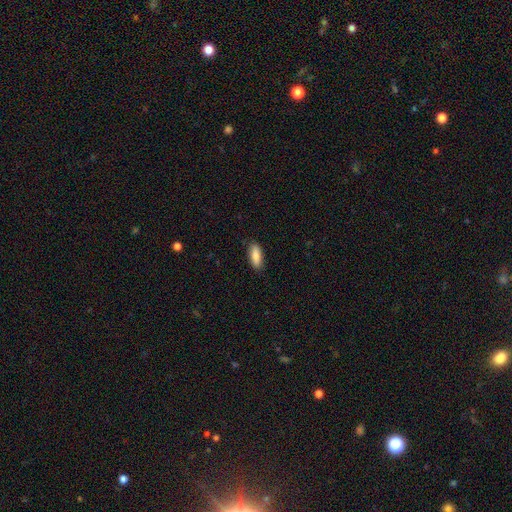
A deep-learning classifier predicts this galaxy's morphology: Smooth or featured? smooth (83%)
How rounded? in between (73%)
Merging? none (88%)